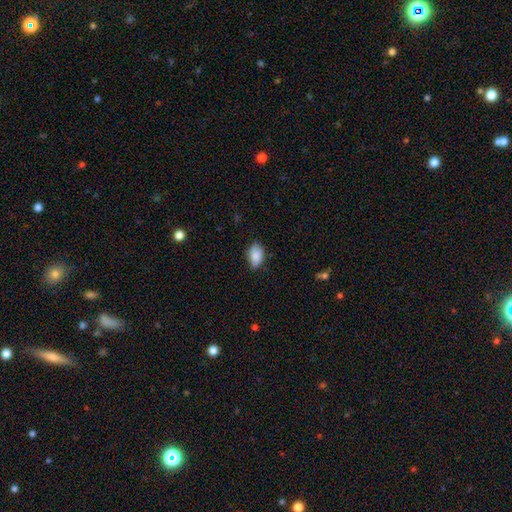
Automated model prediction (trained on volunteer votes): A smooth galaxy with no disk features (85%) that is in between round and cigar-shaped (89%). Merging: none (73%).